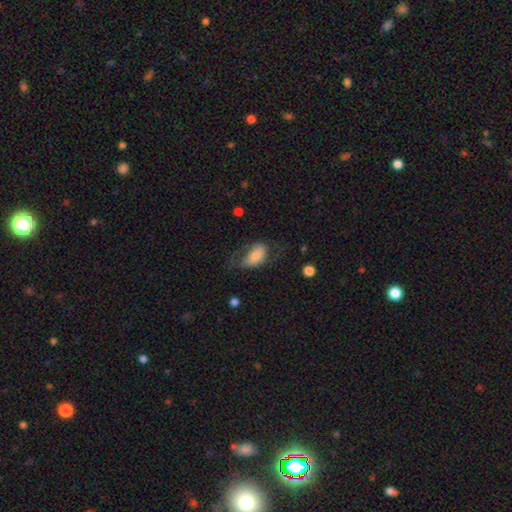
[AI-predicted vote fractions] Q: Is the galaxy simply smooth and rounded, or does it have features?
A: smooth — 58%.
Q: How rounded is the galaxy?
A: in between — 90%.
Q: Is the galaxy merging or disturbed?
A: none — 44%.